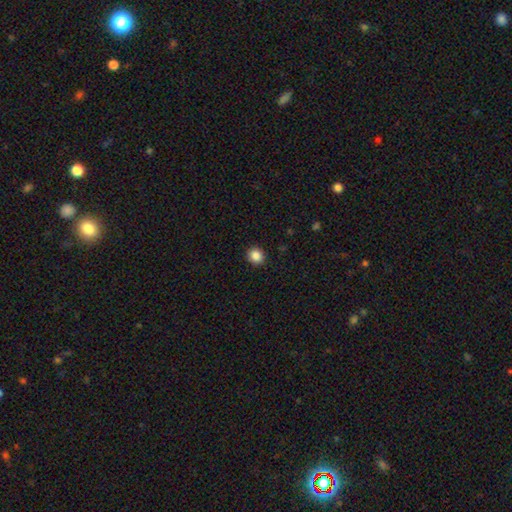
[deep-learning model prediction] Smooth or featured: smooth — 86% (star or artifact — 10%)
How rounded: round — 78% (in between — 21%)
Merging: none — 92% (minor disturbance — 5%)